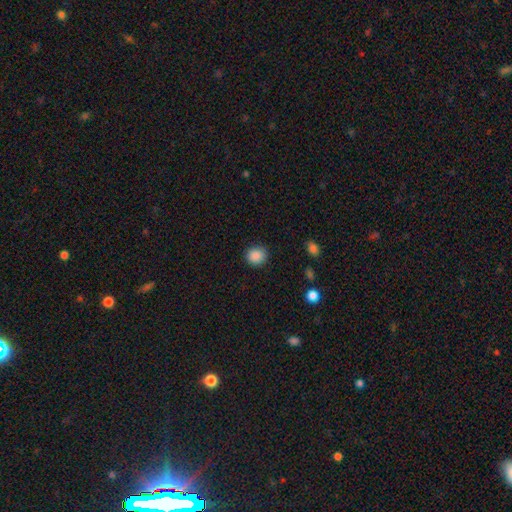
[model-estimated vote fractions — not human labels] Q: Smooth or featured?
A: smooth (88%); runner-up: star or artifact (9%)
Q: How rounded?
A: round (81%); runner-up: in between (18%)
Q: Merging?
A: none (87%); runner-up: minor disturbance (9%)